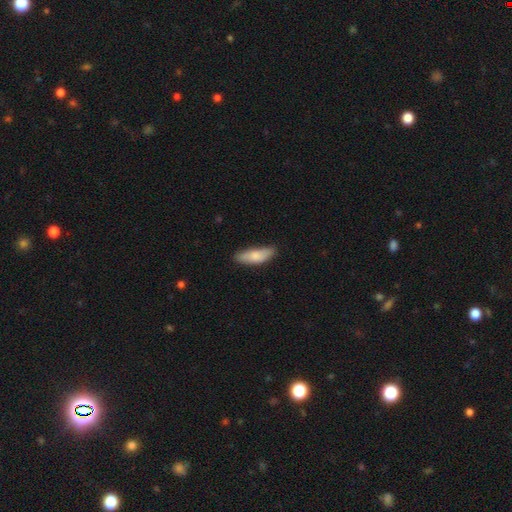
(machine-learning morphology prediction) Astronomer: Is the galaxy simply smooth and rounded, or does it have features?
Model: smooth — 79%.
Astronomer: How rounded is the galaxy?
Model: in between — 63%.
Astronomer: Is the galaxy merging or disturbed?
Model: none — 76%.